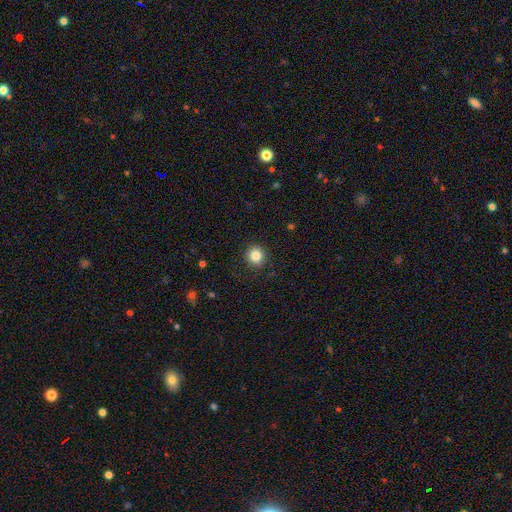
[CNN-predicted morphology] This is clearly a smooth galaxy (85%). How rounded: clearly round (92%). Merging: clearly none (90%).